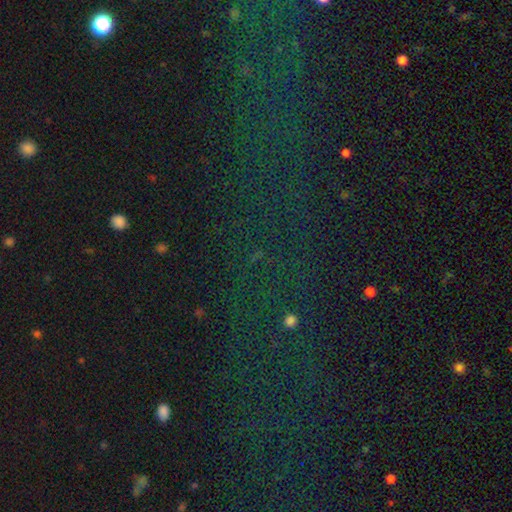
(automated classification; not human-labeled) This is likely a star or artifact rather than a galaxy (72%).